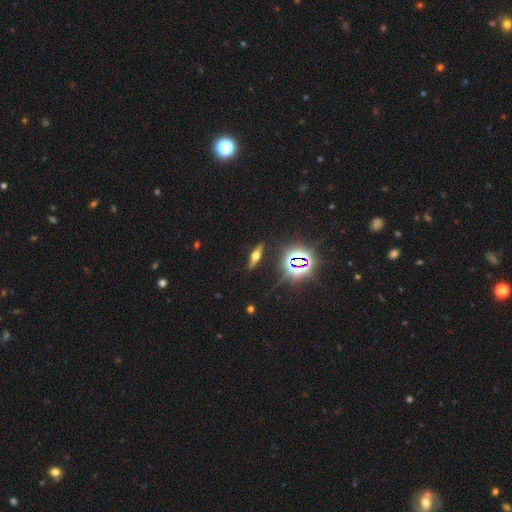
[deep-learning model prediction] smooth-or-featured: featured or disk: 54% | smooth: 24% | star or artifact: 22%
  disk-edge-on: yes: 91% | no: 9%
  merging: none: 87% | minor disturbance: 9% | major disturbance: 3% | merger: 2%